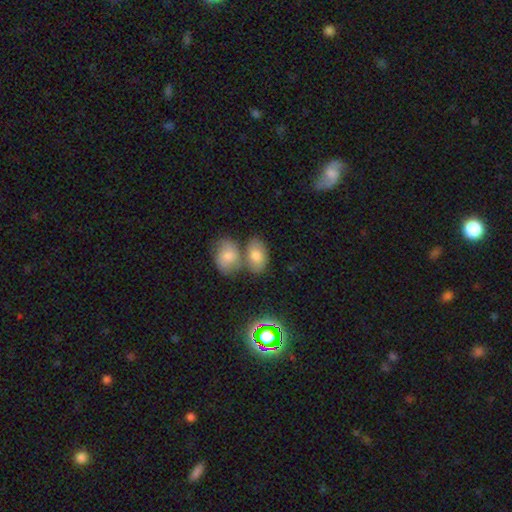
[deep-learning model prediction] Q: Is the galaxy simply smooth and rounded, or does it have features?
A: smooth — 73%.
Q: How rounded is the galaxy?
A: in between — 88%.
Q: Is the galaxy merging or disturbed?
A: none — 45%.